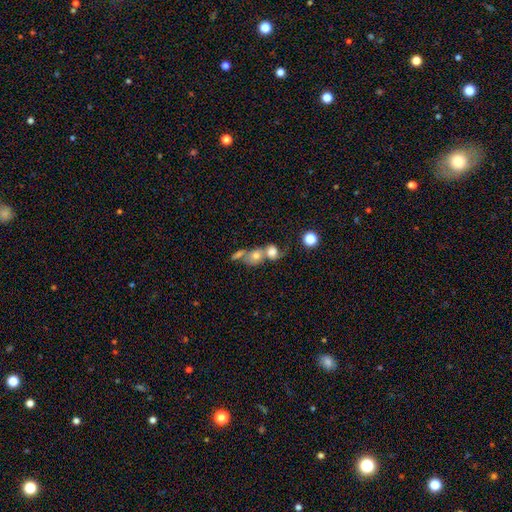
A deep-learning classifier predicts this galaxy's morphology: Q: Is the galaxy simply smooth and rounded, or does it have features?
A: smooth — 66%.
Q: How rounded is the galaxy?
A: round — 60%.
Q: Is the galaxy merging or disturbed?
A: merger — 69%.